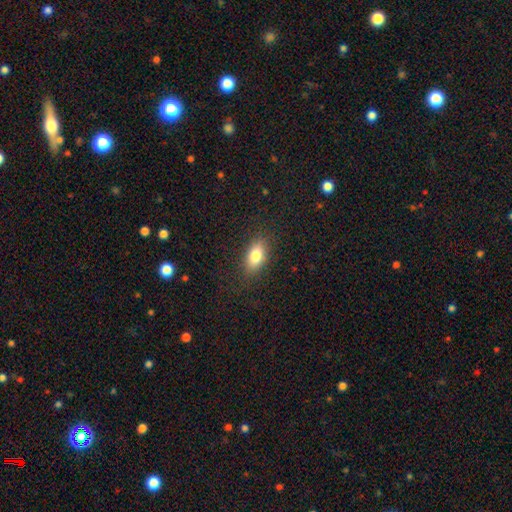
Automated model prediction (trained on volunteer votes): Smooth or featured? Predicted: smooth (p=0.80). How rounded? Predicted: in between (p=0.86). Merging? Predicted: none (p=0.85).